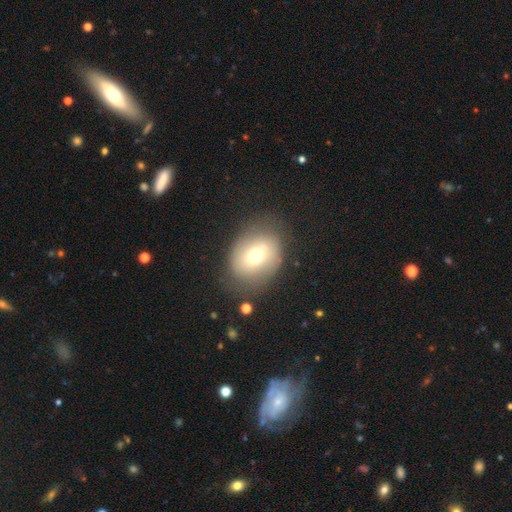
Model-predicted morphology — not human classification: Smooth or featured: smooth — 64% (featured or disk — 27%)
How rounded: in between — 58% (round — 40%)
Merging: none — 67% (minor disturbance — 20%)